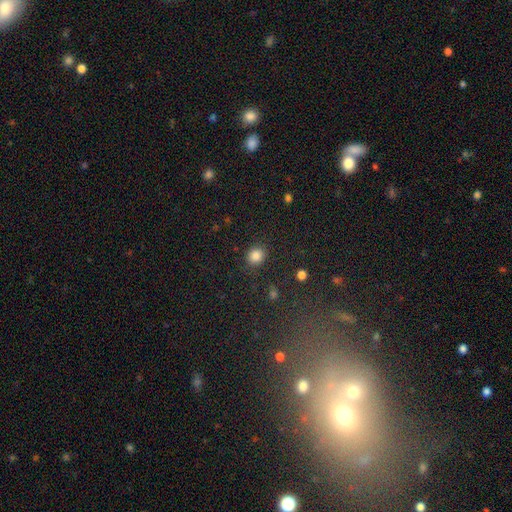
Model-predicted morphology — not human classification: A smooth galaxy with no disk features (85%) that is round (77%). Merging: none (87%).